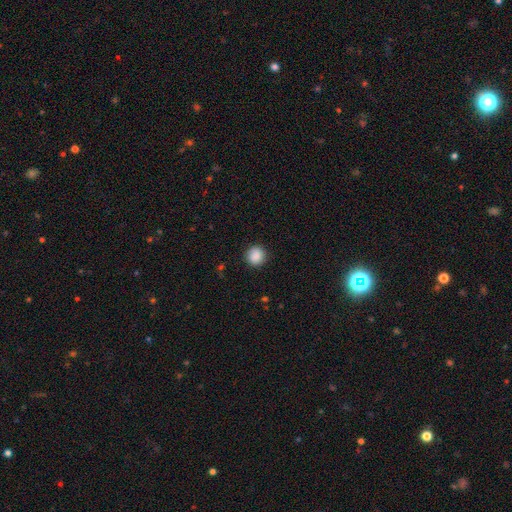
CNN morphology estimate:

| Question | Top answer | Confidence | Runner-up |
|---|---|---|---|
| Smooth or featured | smooth | 88% | star or artifact (9%) |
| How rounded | round | 92% | in between (7%) |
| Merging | none | 90% | minor disturbance (7%) |